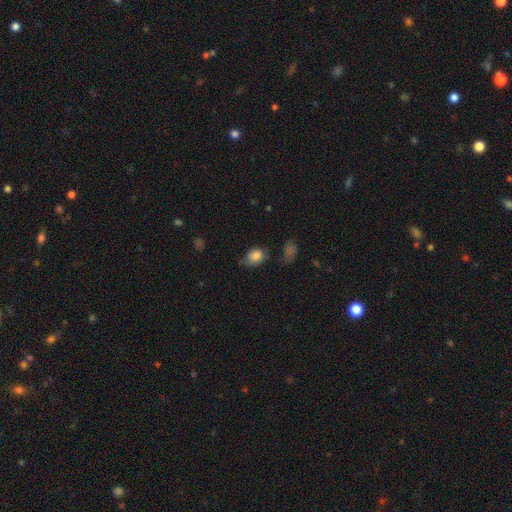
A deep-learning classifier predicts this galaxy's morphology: Smooth or featured? smooth (81%)
How rounded? in between (71%)
Merging? none (54%)